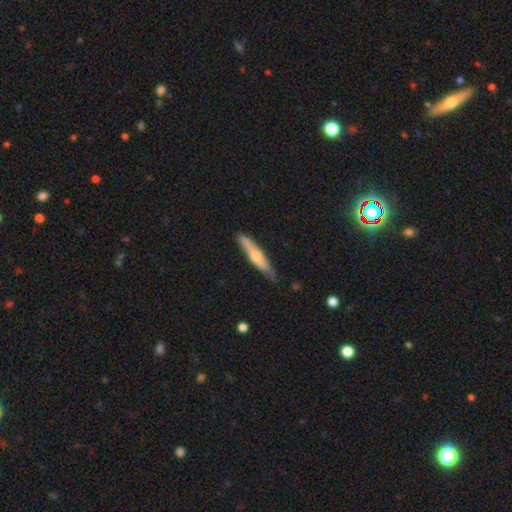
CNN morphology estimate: type=featured or disk (58%); edge-on=yes (90%); edge-on bulge=rounded (84%); merging=none (81%).